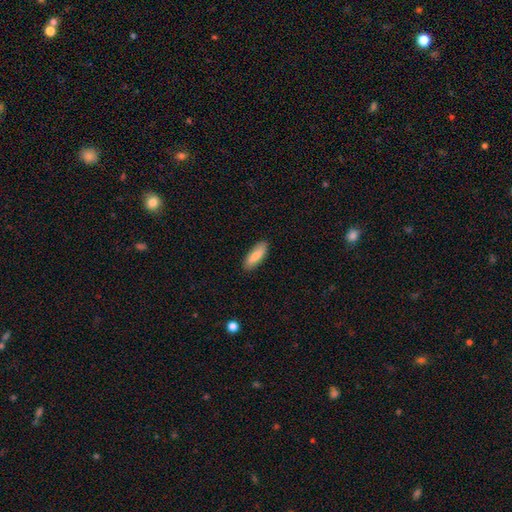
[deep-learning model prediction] smooth 84%, featured or disk 10%, star or artifact 6%. Down the decision tree: how rounded — in between (58%); merging — none (88%).